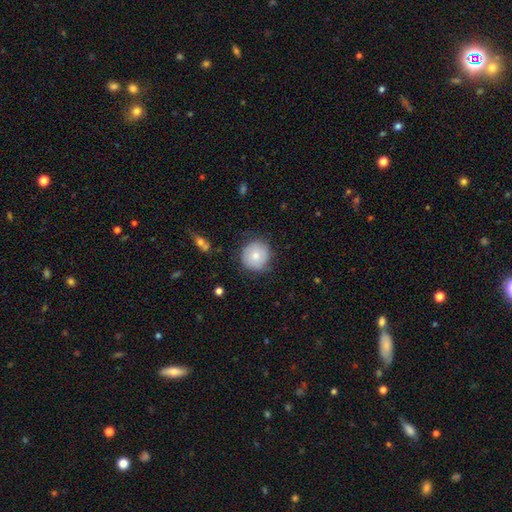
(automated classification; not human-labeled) Smooth or featured? Predicted: smooth (p=0.75). How rounded? Predicted: round (p=0.93). Merging? Predicted: none (p=0.79).